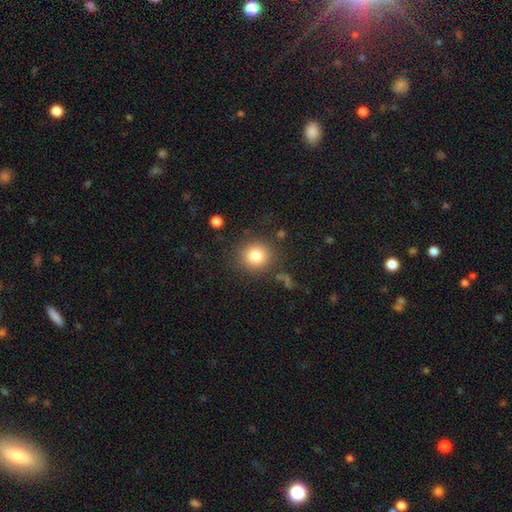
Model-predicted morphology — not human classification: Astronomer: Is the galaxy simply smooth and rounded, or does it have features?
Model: smooth — 81%.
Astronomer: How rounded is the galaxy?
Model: round — 89%.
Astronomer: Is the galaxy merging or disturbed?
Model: none — 85%.